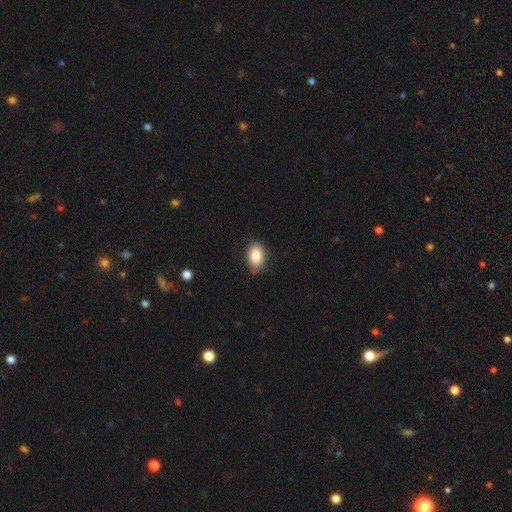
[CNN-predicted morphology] type=smooth (86%); roundness=in between (83%); merging=none (78%).